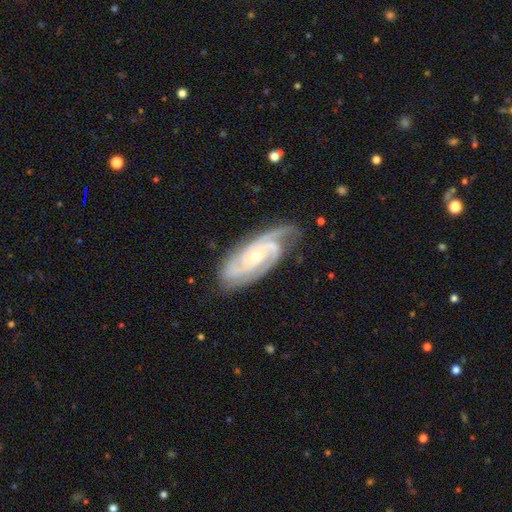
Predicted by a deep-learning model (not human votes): smooth_or_featured: featured or disk (p=0.92) [alt: smooth p=0.04]
disk_edge_on: no (p=0.96) [alt: yes p=0.04]
bar: no (p=0.64) [alt: weak p=0.26]
has_spiral_arms: yes (p=0.98) [alt: no p=0.02]
spiral_winding: tight (p=0.65) [alt: medium p=0.31]
spiral_arm_count: 3 (p=0.52) [alt: 2 p=0.22]
bulge_size: small (p=0.69) [alt: moderate p=0.28]
merging: none (p=0.75) [alt: minor disturbance p=0.18]